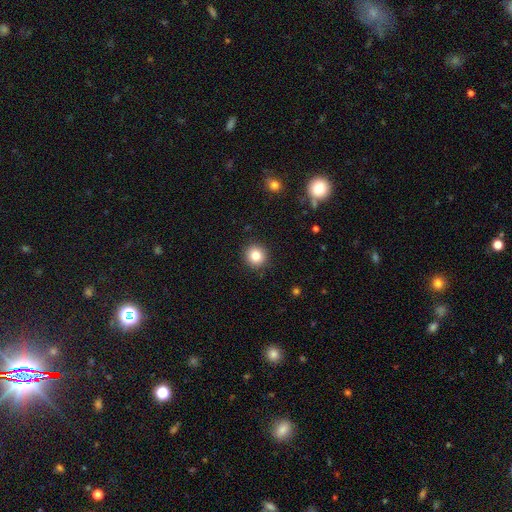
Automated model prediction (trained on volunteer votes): Smooth or featured? smooth (83%)
How rounded? round (92%)
Merging? none (91%)